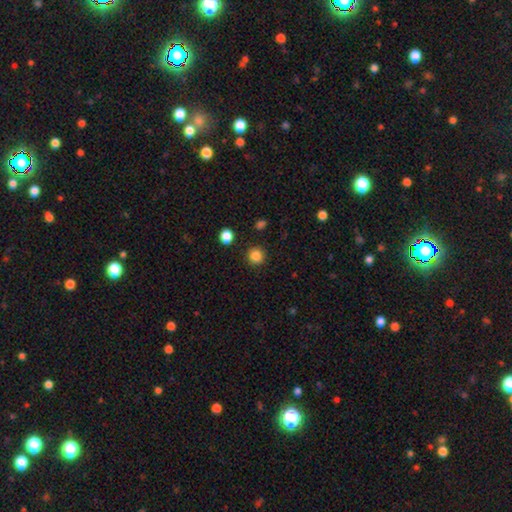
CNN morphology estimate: Overall: smooth (85%). How rounded: round (94%). Merging: none (91%).